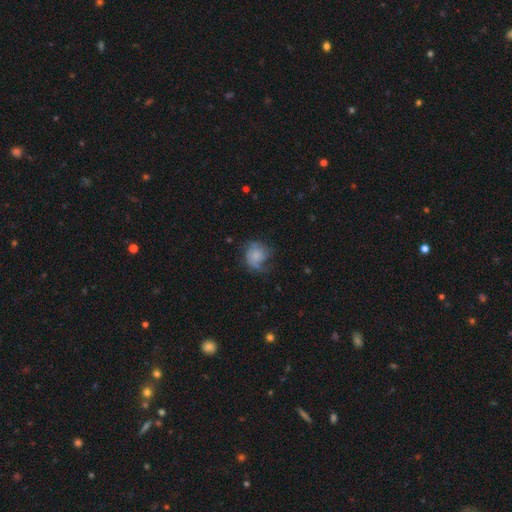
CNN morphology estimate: smooth 51%, featured or disk 40%, star or artifact 9%. Down the decision tree: how rounded — round (68%); merging — none (45%).